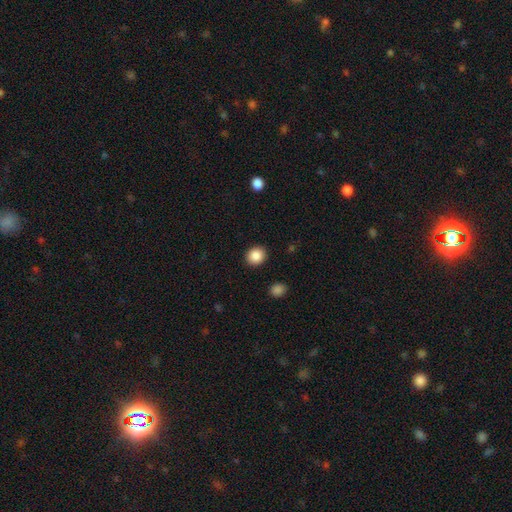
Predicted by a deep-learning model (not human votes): smooth 88%, star or artifact 9%, featured or disk 3%. Down the decision tree: how rounded — round (75%); merging — none (91%).